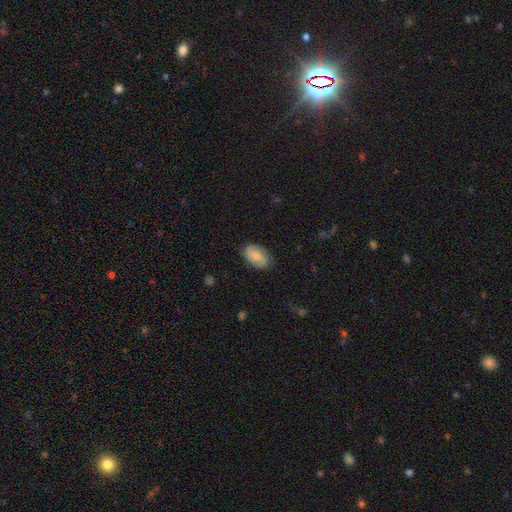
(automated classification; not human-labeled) A smooth galaxy with no disk features (59%) that is in between round and cigar-shaped (91%).

Vote fractions:
- Smooth or featured? smooth: 59% / featured or disk: 34% / star or artifact: 7%
- How rounded? in between: 91% / round: 8% / cigar-shaped: 2%
- Merging? none: 80% / minor disturbance: 16% / major disturbance: 4% / merger: 1%